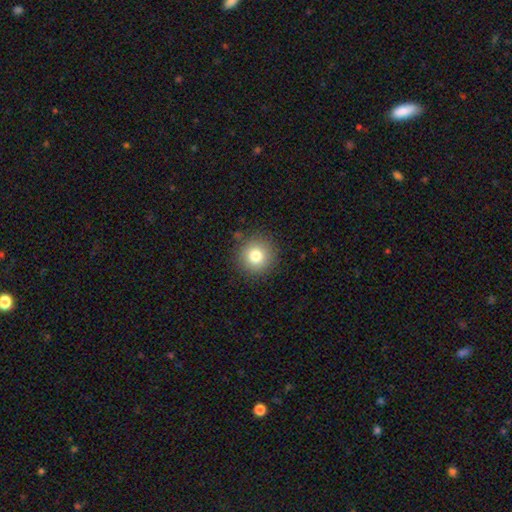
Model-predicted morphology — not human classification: The model was most divided on "smooth or featured": smooth: 79%, star or artifact: 12%, featured or disk: 9%. More confident: how rounded — round (94%); merging — none (89%).